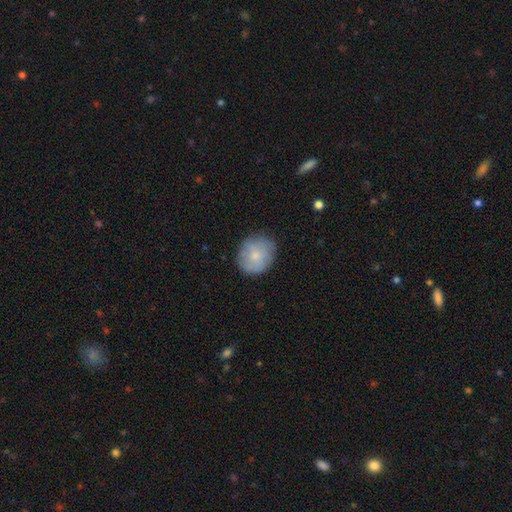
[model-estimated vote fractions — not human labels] This appears to be a smooth galaxy with no disk features (73%) that is round (74%). Merging: none (78%).